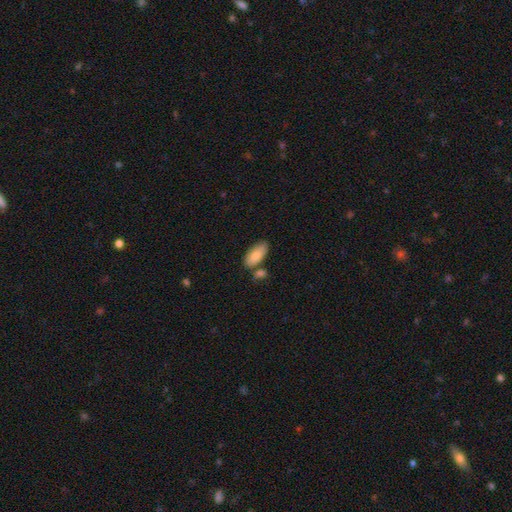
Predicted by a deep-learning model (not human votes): smooth-or-featured: smooth: 82% | featured or disk: 12% | star or artifact: 6%
  how-rounded: in between: 91% | cigar-shaped: 7% | round: 2%
  merging: none: 67% | merger: 15% | minor disturbance: 15% | major disturbance: 3%